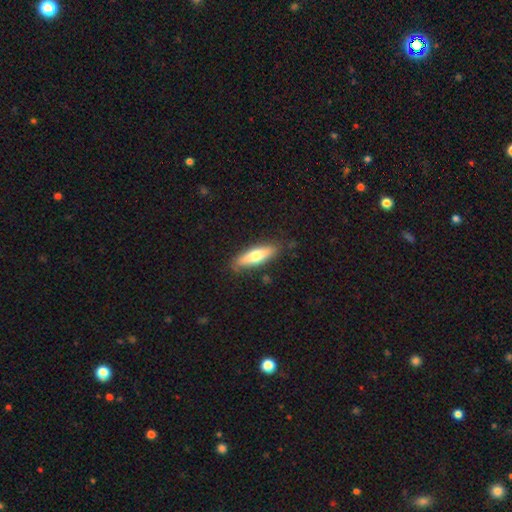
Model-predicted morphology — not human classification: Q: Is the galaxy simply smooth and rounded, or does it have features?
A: smooth — 61%.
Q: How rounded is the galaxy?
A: cigar-shaped — 61%.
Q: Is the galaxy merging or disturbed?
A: none — 83%.